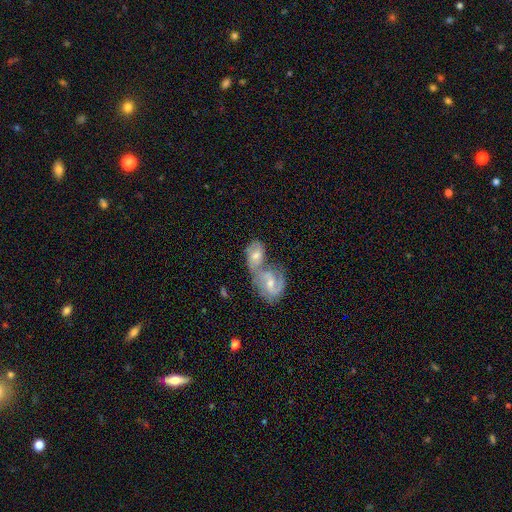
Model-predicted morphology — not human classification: The model was most divided on "bar": no: 45%, weak: 43%, strong: 12%. More confident: edge-on disk — no (95%); spiral arms — yes (79%); merging — merger (72%); bulge size — moderate (58%); smooth or featured — featured or disk (57%).